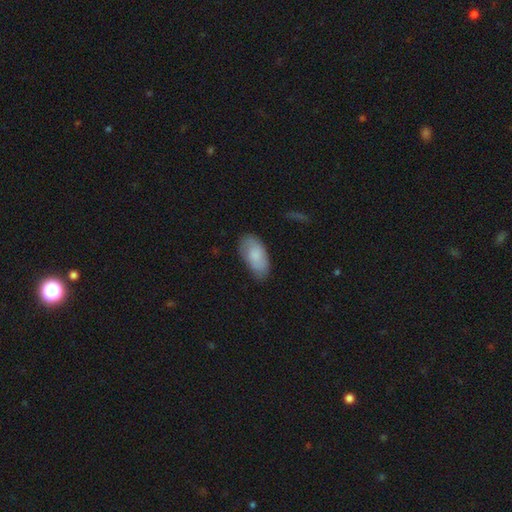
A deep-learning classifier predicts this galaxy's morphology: Smooth or featured?
  - smooth: 76% *
  - featured or disk: 18%
  - star or artifact: 6%
How rounded?
  - in between: 94% *
  - cigar-shaped: 4%
  - round: 3%
Merging?
  - none: 74% *
  - minor disturbance: 21%
  - major disturbance: 4%
  - merger: 1%